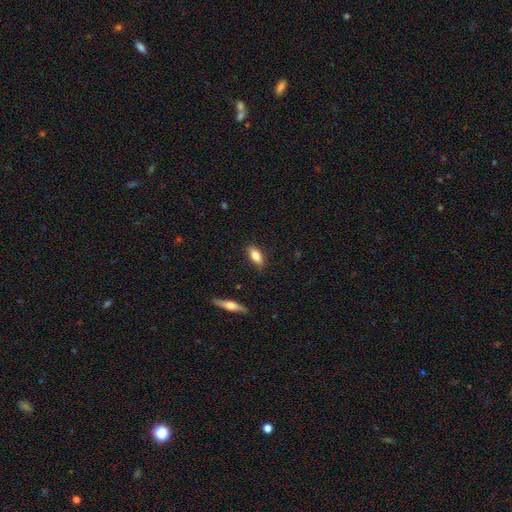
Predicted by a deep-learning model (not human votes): This appears to be a smooth galaxy with no disk features (69%) that is in between round and cigar-shaped (72%). Merging: none (87%).